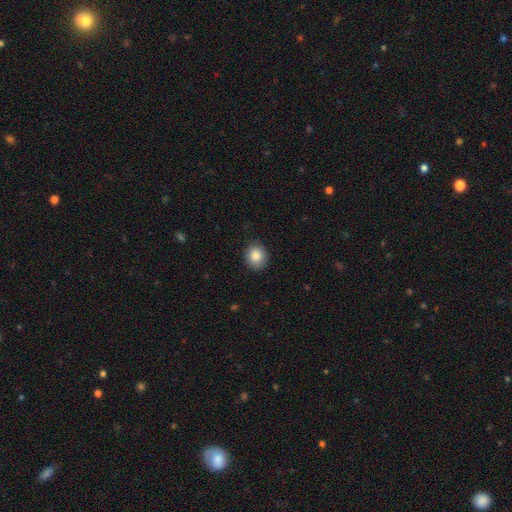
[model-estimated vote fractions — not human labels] Smooth or featured? smooth (86%)
How rounded? round (76%)
Merging? none (88%)